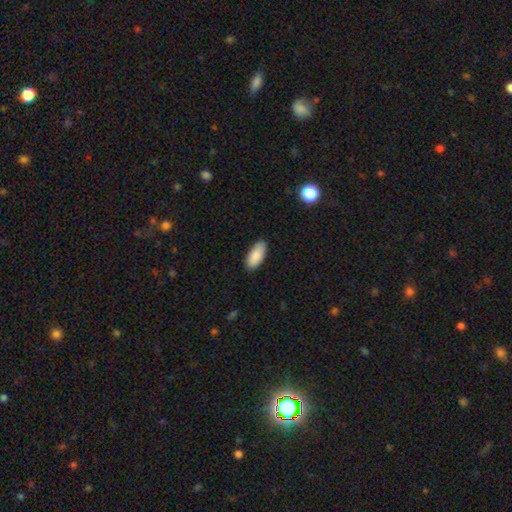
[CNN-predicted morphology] This is clearly a smooth galaxy (89%). How rounded: clearly in between (88%). Merging: clearly none (87%).